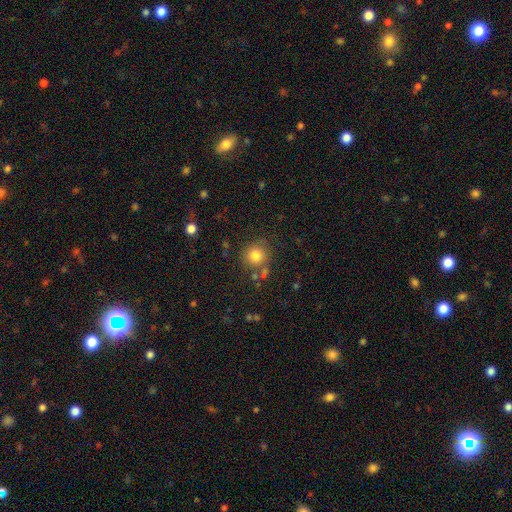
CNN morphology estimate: Smooth or featured?
  - smooth: 80% *
  - star or artifact: 12%
  - featured or disk: 8%
How rounded?
  - round: 91% *
  - in between: 8%
  - cigar-shaped: 1%
Merging?
  - none: 77% *
  - minor disturbance: 11%
  - merger: 8%
  - major disturbance: 4%